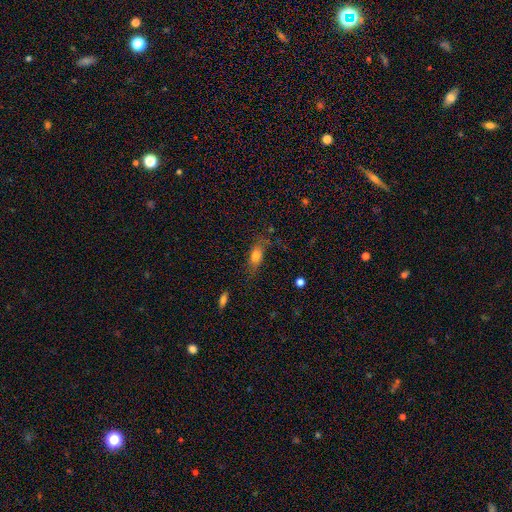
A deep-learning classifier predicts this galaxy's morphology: A smooth galaxy with no disk features (70%) that is in between round and cigar-shaped (73%).

Vote fractions:
- Smooth or featured? smooth: 70% / featured or disk: 20% / star or artifact: 10%
- How rounded? in between: 73% / cigar-shaped: 17% / round: 10%
- Merging? none: 58% / minor disturbance: 25% / major disturbance: 14% / merger: 3%